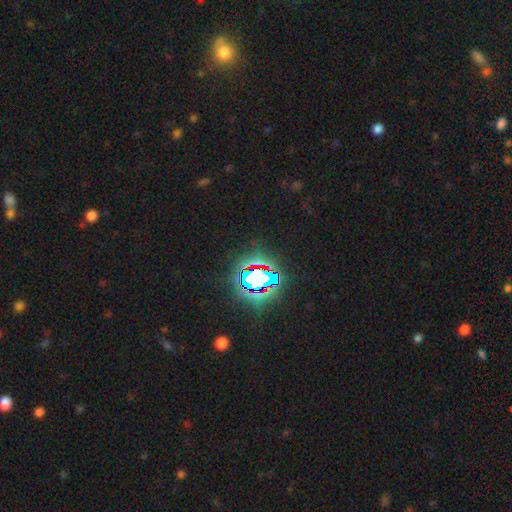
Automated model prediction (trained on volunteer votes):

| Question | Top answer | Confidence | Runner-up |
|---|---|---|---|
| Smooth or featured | star or artifact | 80% | smooth (12%) |